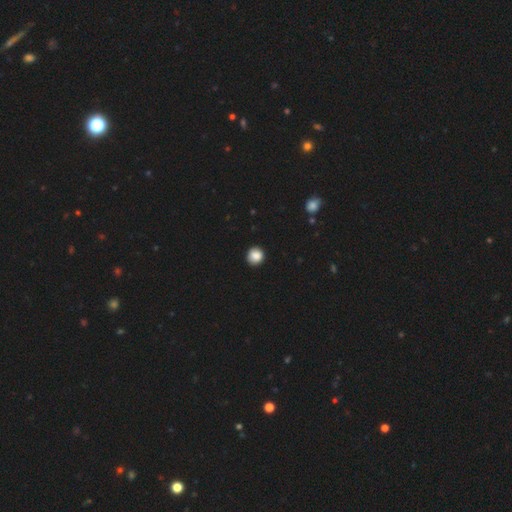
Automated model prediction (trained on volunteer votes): Morphology: type=smooth (87%); roundness=round (90%); merging=none (90%).